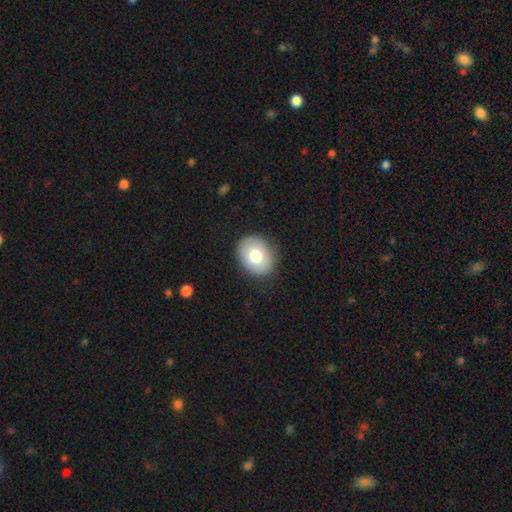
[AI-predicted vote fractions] Morphology: type=smooth (75%); roundness=in between (52%); merging=none (86%).